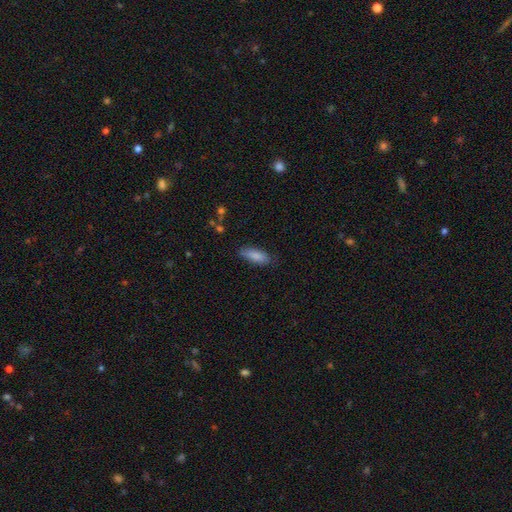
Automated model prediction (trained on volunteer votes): This is clearly a smooth galaxy (86%). How rounded: likely in between (68%). Merging: likely none (75%).